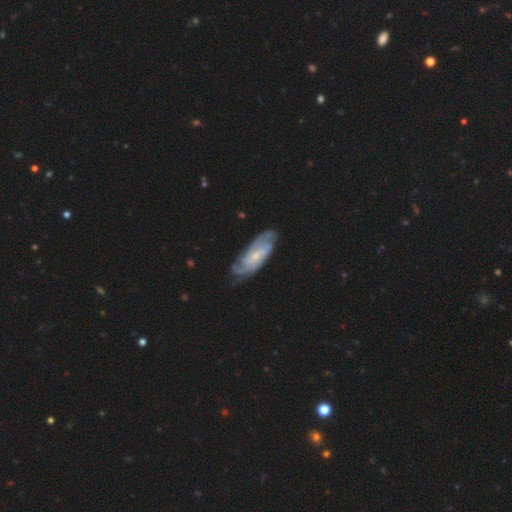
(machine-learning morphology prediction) Smooth or featured: featured or disk — 80% (smooth — 15%)
Edge-on disk: no — 91% (yes — 9%)
Bar: no — 51% (weak — 38%)
Spiral arms: yes — 94% (no — 6%)
Spiral winding: tight — 55% (medium — 35%)
Spiral arm count: can't tell — 36% (2 — 26%)
Bulge size: small — 69% (moderate — 25%)
Merging: none — 74% (minor disturbance — 19%)